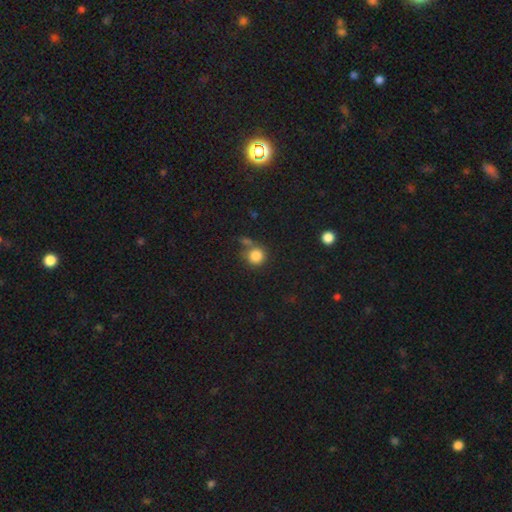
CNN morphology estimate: This appears to be a smooth galaxy with no disk features (84%) that is round (91%). Merging: none (60%).